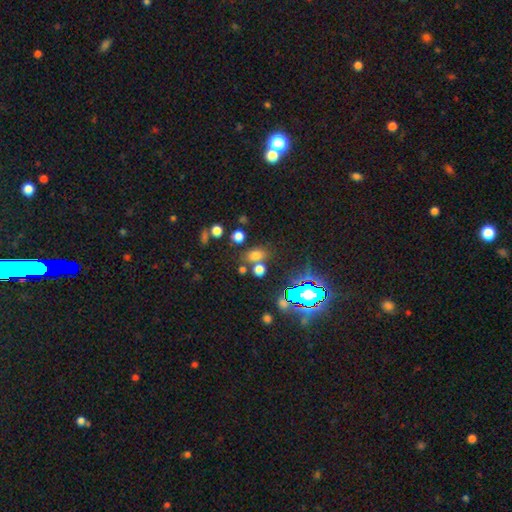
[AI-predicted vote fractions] smooth_or_featured: smooth (p=0.66) [alt: star or artifact p=0.25]
how_rounded: in between (p=0.65) [alt: round p=0.33]
merging: none (p=0.65) [alt: merger p=0.19]